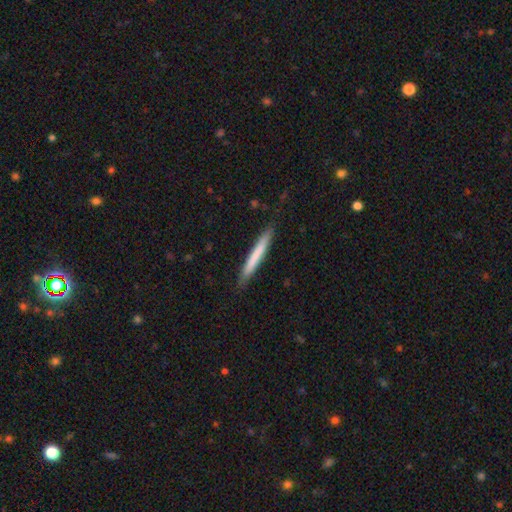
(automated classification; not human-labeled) Morphology: type=smooth (69%); roundness=cigar-shaped (96%); merging=none (87%).